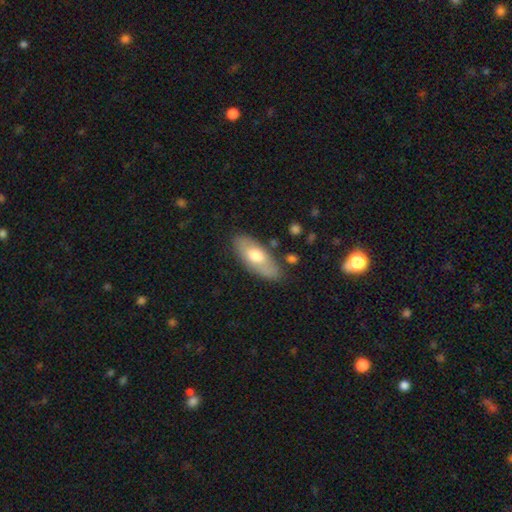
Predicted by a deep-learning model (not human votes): Smooth or featured: smooth — 64% (featured or disk — 30%)
How rounded: in between — 83% (cigar-shaped — 14%)
Merging: none — 79% (minor disturbance — 15%)